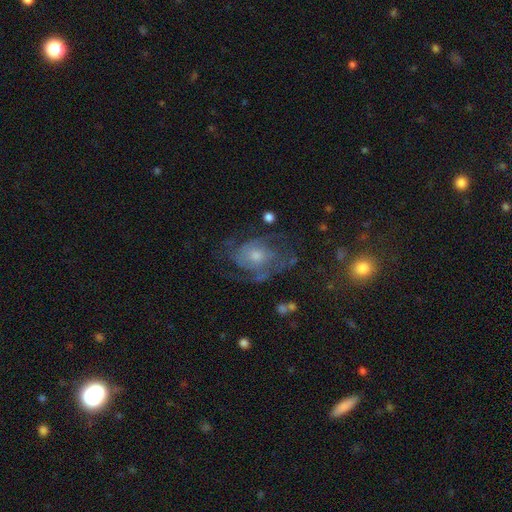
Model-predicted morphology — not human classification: Smooth or featured?
  - featured or disk: 71% *
  - smooth: 19%
  - star or artifact: 10%
Edge-on disk?
  - no: 97% *
  - yes: 3%
Bar?
  - no: 79% *
  - weak: 18%
  - strong: 3%
Spiral arms?
  - yes: 81% *
  - no: 19%
Spiral winding?
  - tight: 43% *
  - medium: 40%
  - loose: 17%
Spiral arm count?
  - can't tell: 42% *
  - 2: 22%
  - 3: 18%
  - 4: 7%
  - 1: 6%
  - more than 4: 5%
Bulge size?
  - moderate: 47% *
  - small: 44%
  - large: 5%
  - none: 3%
  - dominant: 1%
Merging?
  - none: 55% *
  - major disturbance: 22%
  - minor disturbance: 21%
  - merger: 3%